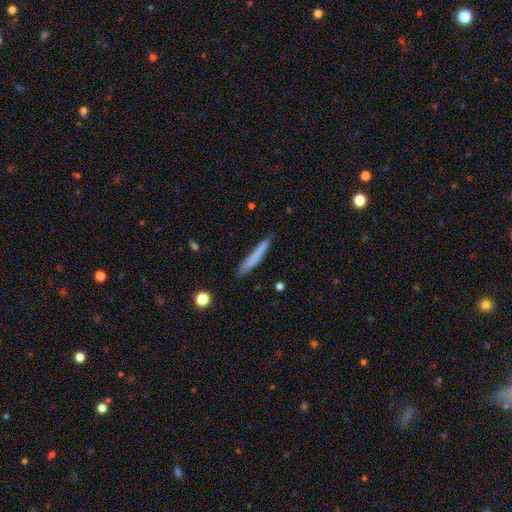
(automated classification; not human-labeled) A smooth galaxy with no disk features (73%) that is cigar-shaped (95%). Merging: none (84%).